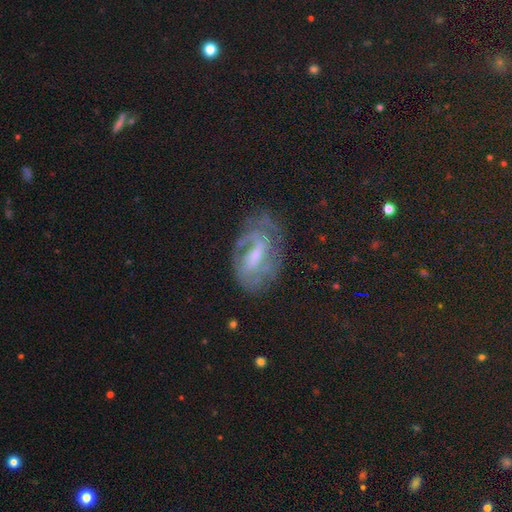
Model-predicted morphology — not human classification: Smooth or featured: featured or disk — 73% (smooth — 16%)
Edge-on disk: no — 95% (yes — 5%)
Bar: weak — 51% (no — 27%)
Spiral arms: yes — 83% (no — 17%)
Spiral winding: tight — 48% (medium — 37%)
Spiral arm count: can't tell — 40% (2 — 35%)
Bulge size: small — 43% (moderate — 40%)
Merging: none — 61% (minor disturbance — 22%)